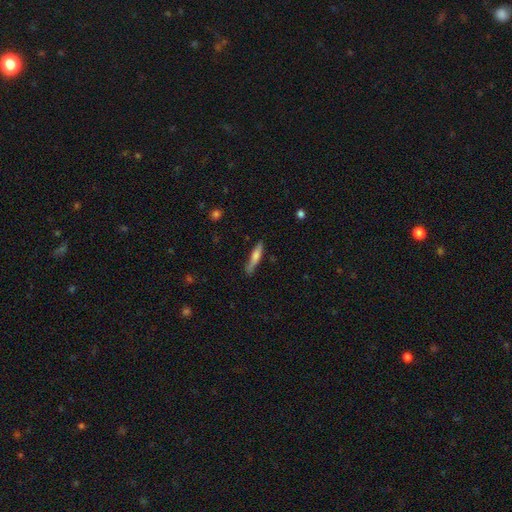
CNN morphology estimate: Smooth or featured?
  - smooth: 60% *
  - featured or disk: 34%
  - star or artifact: 6%
How rounded?
  - cigar-shaped: 88% *
  - in between: 11%
  - round: 2%
Merging?
  - none: 78% *
  - minor disturbance: 17%
  - major disturbance: 3%
  - merger: 2%